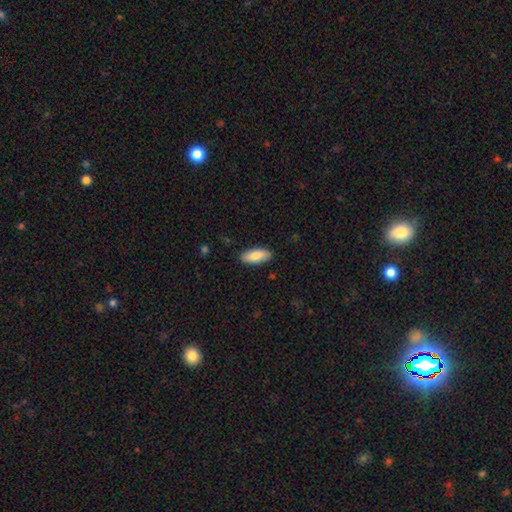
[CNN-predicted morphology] This appears to be a smooth galaxy with no disk features (81%) that is in between round and cigar-shaped (85%). Merging: none (88%).